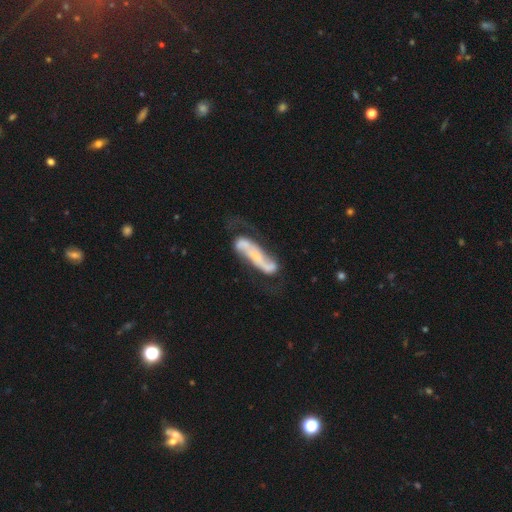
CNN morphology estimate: Smooth or featured?
  - featured or disk: 79% *
  - smooth: 16%
  - star or artifact: 5%
Edge-on disk?
  - no: 82% *
  - yes: 18%
Bar?
  - no: 46% *
  - strong: 30%
  - weak: 24%
Spiral arms?
  - yes: 89% *
  - no: 11%
Spiral winding?
  - loose: 49% *
  - medium: 34%
  - tight: 17%
Spiral arm count?
  - 2: 86% *
  - can't tell: 8%
  - 1: 3%
  - 3: 1%
  - 4: 1%
  - more than 4: 1%
Bulge size?
  - small: 62% *
  - moderate: 31%
  - none: 3%
  - large: 2%
  - dominant: 1%
Merging?
  - none: 49% *
  - minor disturbance: 24%
  - major disturbance: 20%
  - merger: 7%